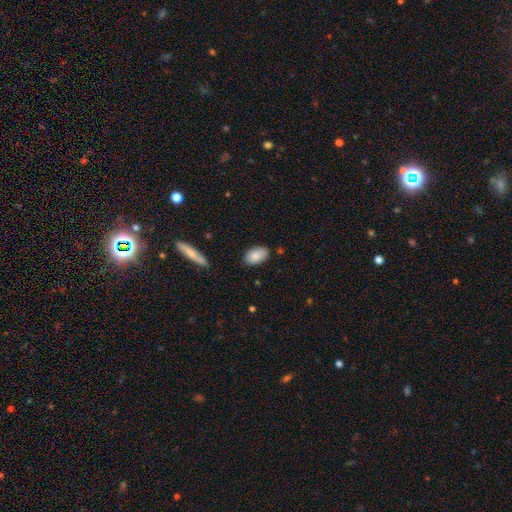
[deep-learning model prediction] Smooth or featured: smooth — 86% (featured or disk — 7%)
How rounded: in between — 94% (round — 4%)
Merging: none — 83% (minor disturbance — 13%)